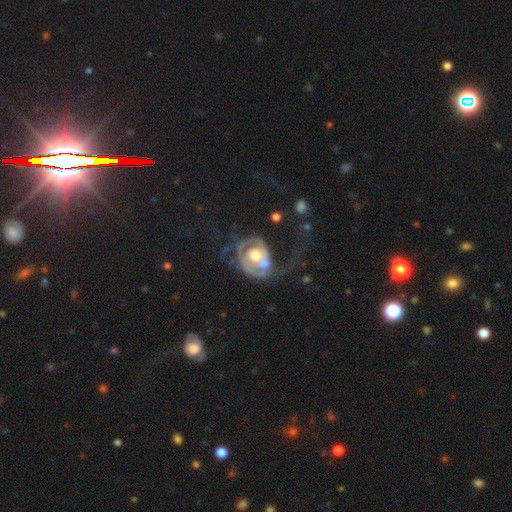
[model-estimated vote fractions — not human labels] This is likely a featured or disk galaxy (79%). It is clearly not viewed edge-on (97%). Bar: likely no (75%). Spiral arm pattern: clearly yes (83%). Spiral arm count: possibly 2 (50%). Spiral winding: marginally tight (43%). Central bulge: likely moderate (62%). Merging: marginally major disturbance (40%).